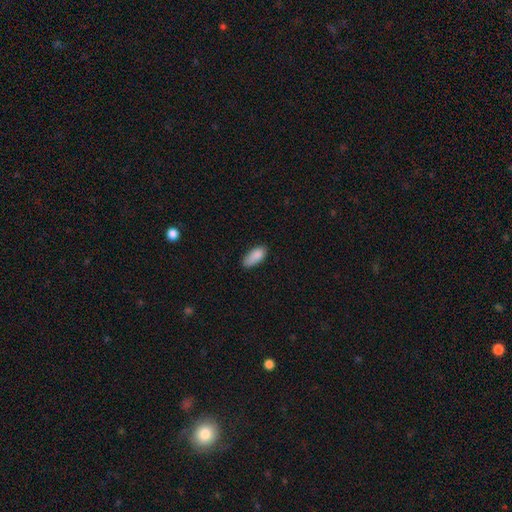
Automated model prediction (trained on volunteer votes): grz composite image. It shows a smooth galaxy with no disk features (87%) that is in between round and cigar-shaped (87%). Merging: none (70%).